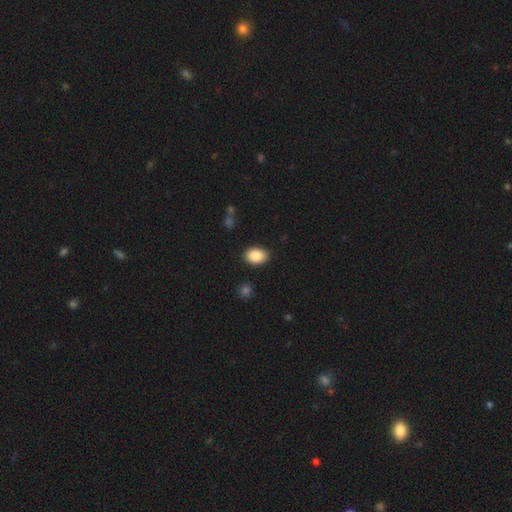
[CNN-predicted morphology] type=smooth (87%); roundness=in between (82%); merging=none (88%).